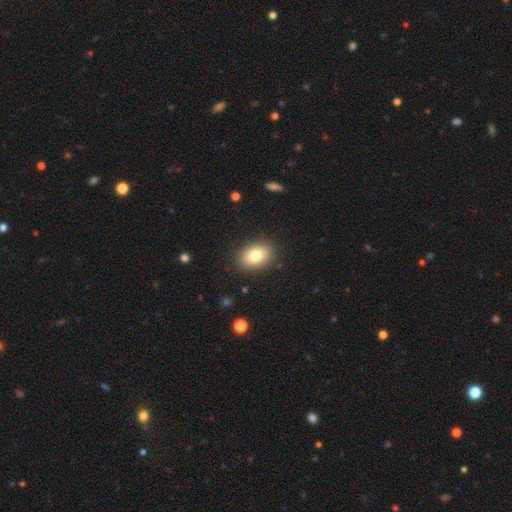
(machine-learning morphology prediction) Q: Smooth or featured?
A: smooth (81%); runner-up: featured or disk (11%)
Q: How rounded?
A: in between (83%); runner-up: round (15%)
Q: Merging?
A: none (87%); runner-up: minor disturbance (9%)